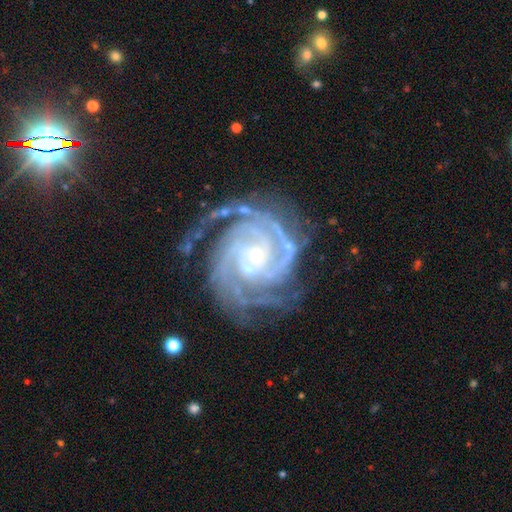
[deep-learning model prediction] Smooth or featured?
  - featured or disk: 93% *
  - star or artifact: 5%
  - smooth: 2%
Edge-on disk?
  - no: 98% *
  - yes: 2%
Bar?
  - no: 60% *
  - weak: 26%
  - strong: 14%
Spiral arms?
  - yes: 99% *
  - no: 1%
Spiral winding?
  - tight: 73% *
  - medium: 24%
  - loose: 3%
Spiral arm count?
  - 3: 30% *
  - 2: 22%
  - 4: 22%
  - can't tell: 11%
  - more than 4: 8%
  - 1: 7%
Bulge size?
  - small: 82% *
  - moderate: 14%
  - none: 2%
  - large: 1%
  - dominant: 1%
Merging?
  - none: 70% *
  - minor disturbance: 18%
  - major disturbance: 10%
  - merger: 2%